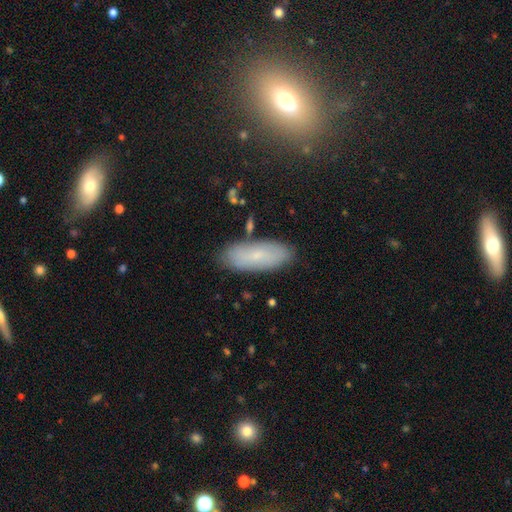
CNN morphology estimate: Smooth or featured? smooth (65%)
How rounded? in between (75%)
Merging? none (84%)